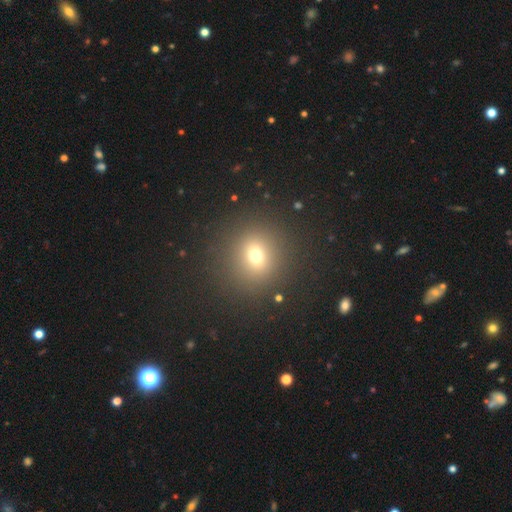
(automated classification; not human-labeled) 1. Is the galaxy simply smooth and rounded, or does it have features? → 68% smooth, 22% star or artifact, 10% featured or disk.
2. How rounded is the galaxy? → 86% round, 13% in between, 1% cigar-shaped.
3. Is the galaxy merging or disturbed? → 88% none, 7% minor disturbance, 4% major disturbance, 2% merger.